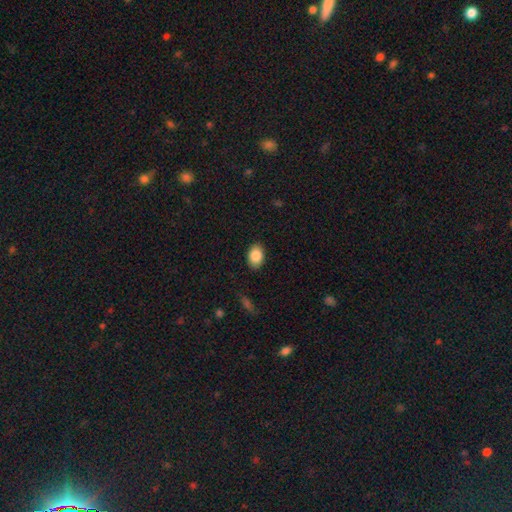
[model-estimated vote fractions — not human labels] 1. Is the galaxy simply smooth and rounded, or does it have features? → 87% smooth, 7% star or artifact, 5% featured or disk.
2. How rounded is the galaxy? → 82% in between, 17% round, 1% cigar-shaped.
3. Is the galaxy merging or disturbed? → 88% none, 9% minor disturbance, 2% major disturbance, 1% merger.